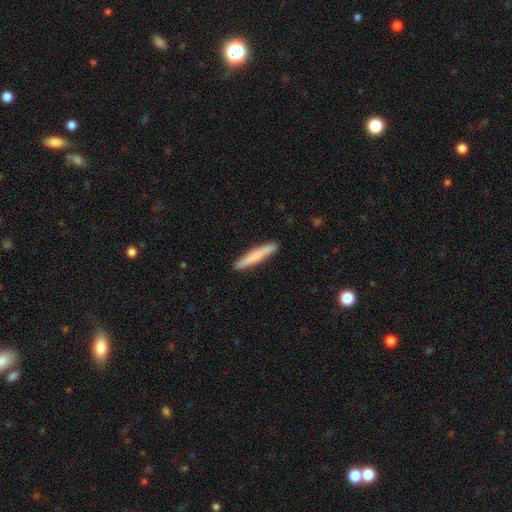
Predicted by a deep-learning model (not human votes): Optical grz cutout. It shows a smooth galaxy with no disk features (72%) that is cigar-shaped (95%). Merging: none (91%).